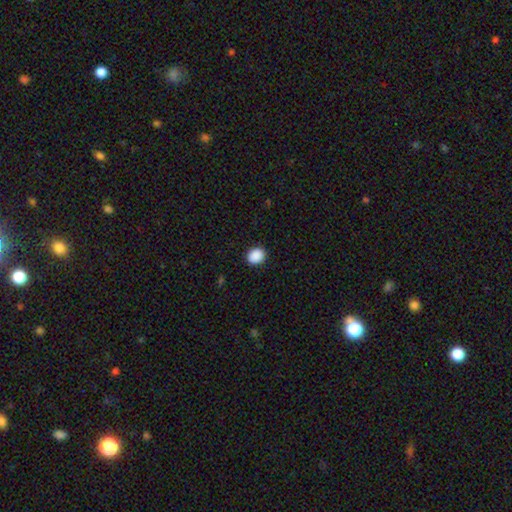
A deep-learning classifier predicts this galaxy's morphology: A smooth galaxy with no disk features (90%) that is round (69%). Merging: none (91%).